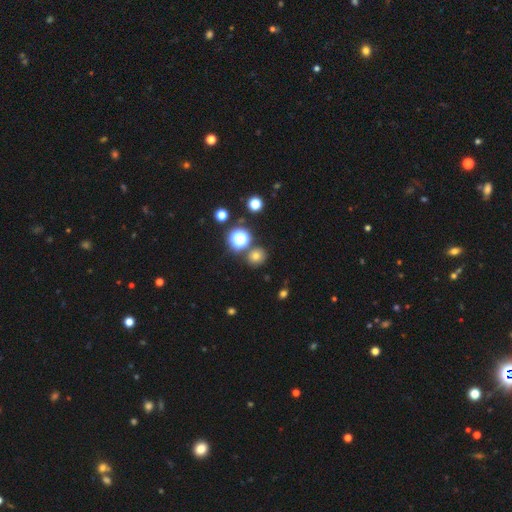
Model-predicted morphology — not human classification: type=smooth (68%); roundness=round (85%); merging=none (81%).